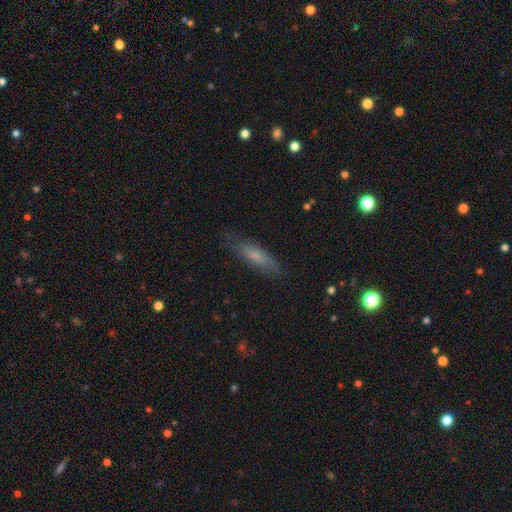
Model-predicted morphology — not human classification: The model was most divided on "how rounded": cigar-shaped: 63%, in between: 35%, round: 2%. More confident: merging — none (78%); smooth or featured — smooth (66%).